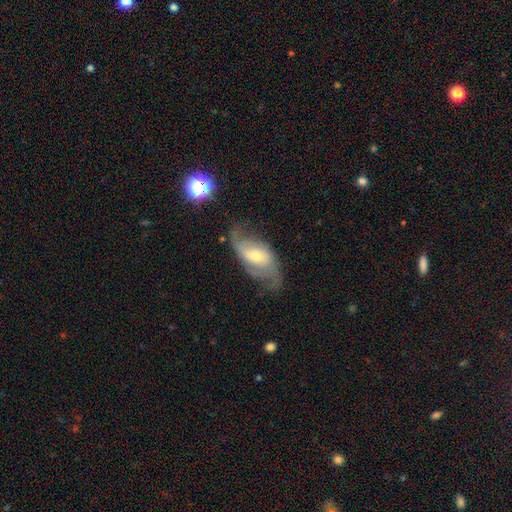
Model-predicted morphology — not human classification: This appears to be a featured or disk galaxy (77%) with no bar (45%), 2 (77%) loose (51%) spiral arms (91%) and a small central bulge (52%). Merging: none (60%).